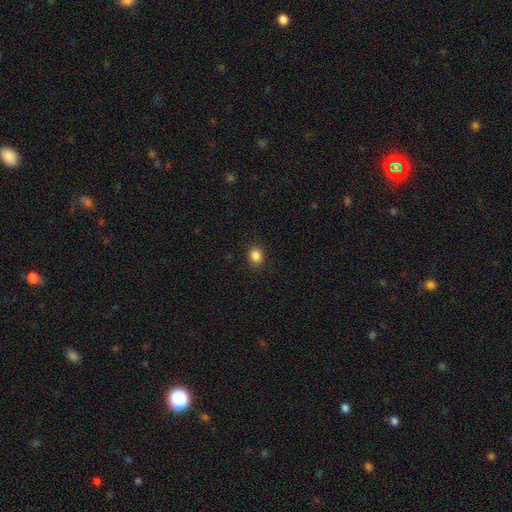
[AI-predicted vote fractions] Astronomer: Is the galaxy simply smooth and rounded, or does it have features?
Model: smooth — 86%.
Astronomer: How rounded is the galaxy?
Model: round — 62% (runner-up: in between, 37%).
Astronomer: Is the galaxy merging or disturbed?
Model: none — 90%.